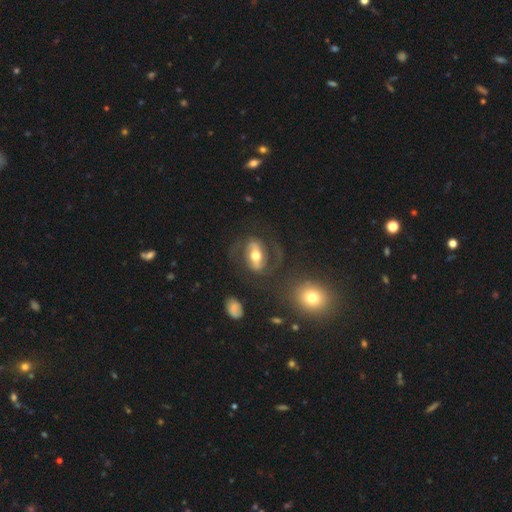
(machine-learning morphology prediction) featured or disk 76%, smooth 18%, star or artifact 6%. Down the decision tree: edge-on disk — no (95%); bar — strong (54%); spiral arms — yes (83%); spiral arm count — 2 (89%); spiral winding — medium (51%); bulge size — moderate (71%); merging — none (68%).